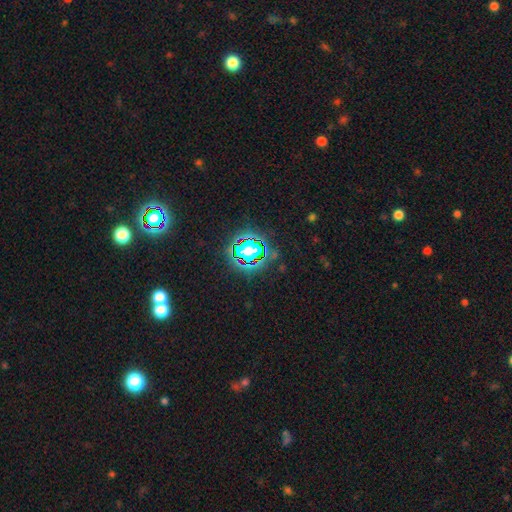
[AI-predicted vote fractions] Q: Smooth or featured?
A: star or artifact (82%); runner-up: smooth (11%)